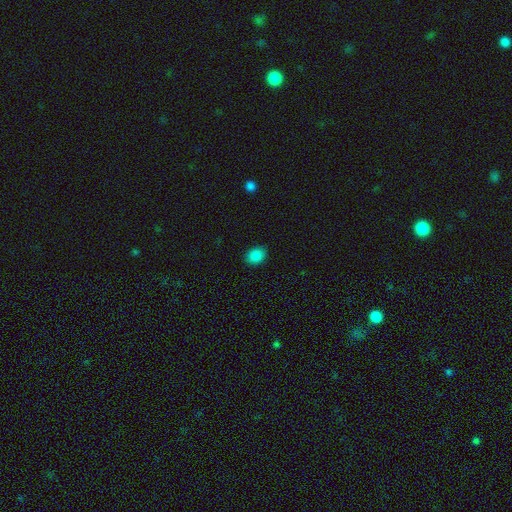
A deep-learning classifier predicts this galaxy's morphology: A smooth galaxy with no disk features (86%) that is in between round and cigar-shaped (57%). Merging: none (88%).